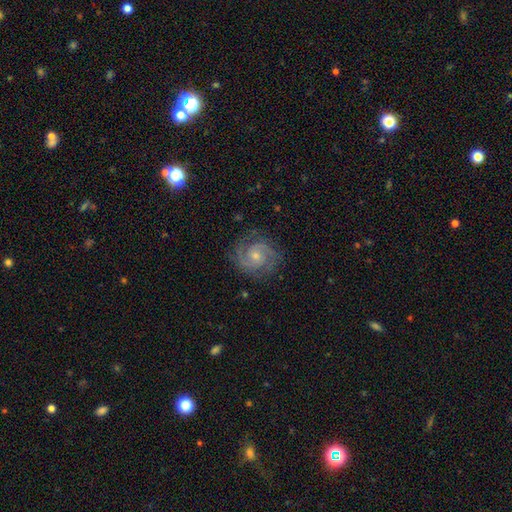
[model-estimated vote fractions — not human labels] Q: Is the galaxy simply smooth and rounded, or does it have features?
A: featured or disk — 89%.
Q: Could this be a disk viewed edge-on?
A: no — 98%.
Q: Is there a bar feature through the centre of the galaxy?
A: no — 59%.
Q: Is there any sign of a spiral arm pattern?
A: yes — 98%.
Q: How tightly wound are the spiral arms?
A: tight — 51%.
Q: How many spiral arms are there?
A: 2 — 83%.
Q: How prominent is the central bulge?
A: small — 58%.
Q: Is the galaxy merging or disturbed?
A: none — 82%.